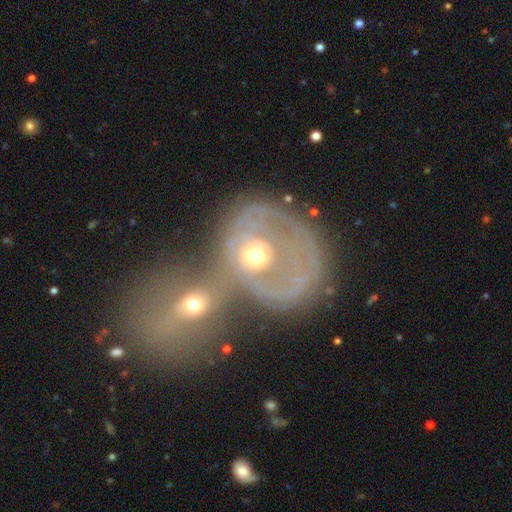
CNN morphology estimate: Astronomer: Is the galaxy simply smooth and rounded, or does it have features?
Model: featured or disk — 62%.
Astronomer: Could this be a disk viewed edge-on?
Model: no — 97%.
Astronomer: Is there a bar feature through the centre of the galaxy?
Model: no — 79%.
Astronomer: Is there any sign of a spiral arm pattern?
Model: yes — 53% (runner-up: no, 47%).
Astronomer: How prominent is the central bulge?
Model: moderate — 60%.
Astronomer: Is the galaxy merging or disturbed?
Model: merger — 74%.